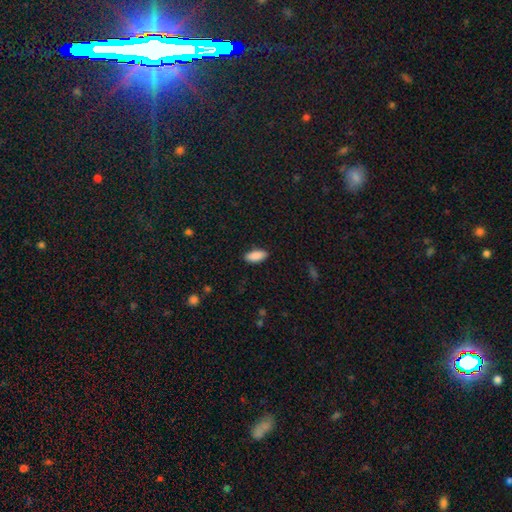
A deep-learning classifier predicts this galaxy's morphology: Smooth or featured? smooth (90%)
How rounded? in between (87%)
Merging? none (88%)